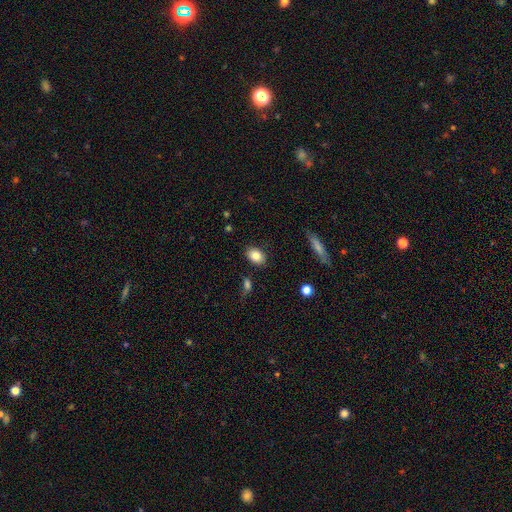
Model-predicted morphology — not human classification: Smooth or featured? Predicted: smooth (p=0.84). How rounded? Predicted: in between (p=0.79). Merging? Predicted: none (p=0.86).